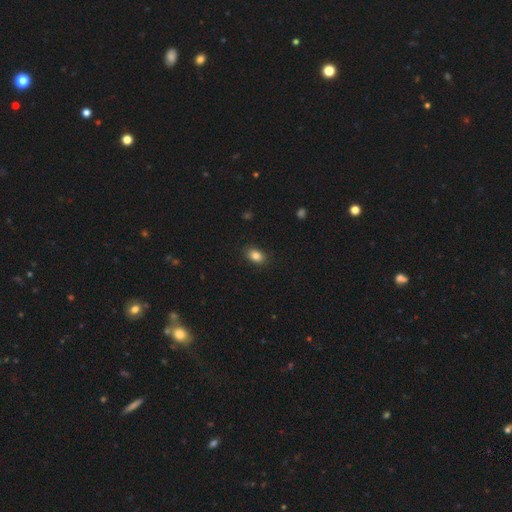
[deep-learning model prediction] This is clearly a smooth galaxy (86%). How rounded: clearly in between (81%). Merging: clearly none (88%).